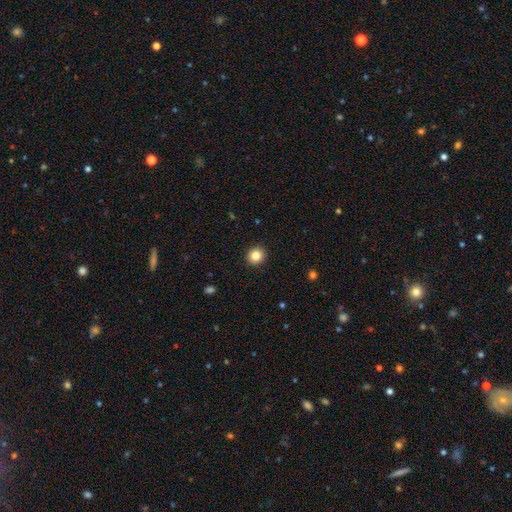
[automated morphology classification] Smooth or featured? Predicted: smooth (p=0.84). How rounded? Predicted: round (p=0.89). Merging? Predicted: none (p=0.92).